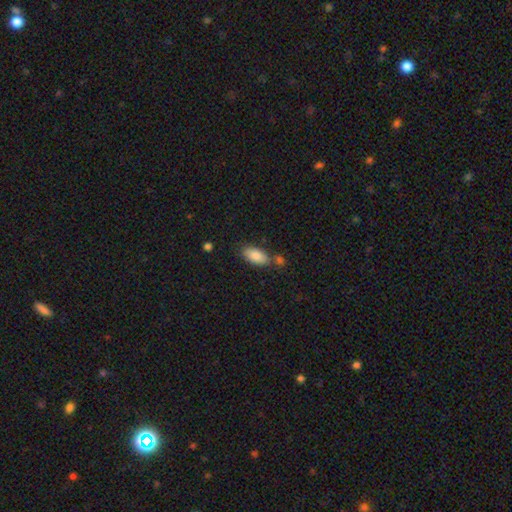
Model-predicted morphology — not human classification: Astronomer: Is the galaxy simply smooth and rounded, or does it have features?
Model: smooth — 84%.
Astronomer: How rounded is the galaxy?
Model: in between — 91%.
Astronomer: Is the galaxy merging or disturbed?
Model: none — 66%.